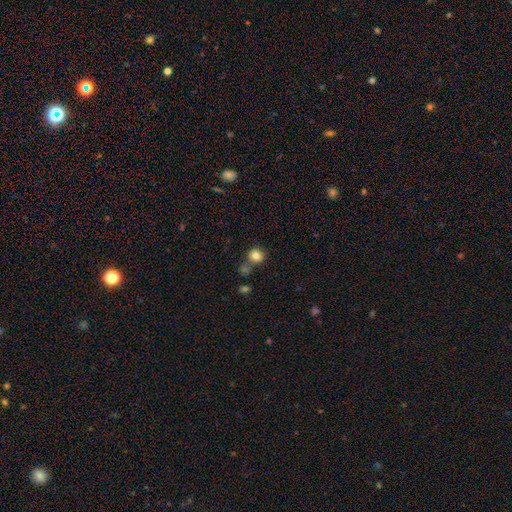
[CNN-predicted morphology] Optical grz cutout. It shows a smooth galaxy with no disk features (82%) that is round (87%). Merging: none (68%).